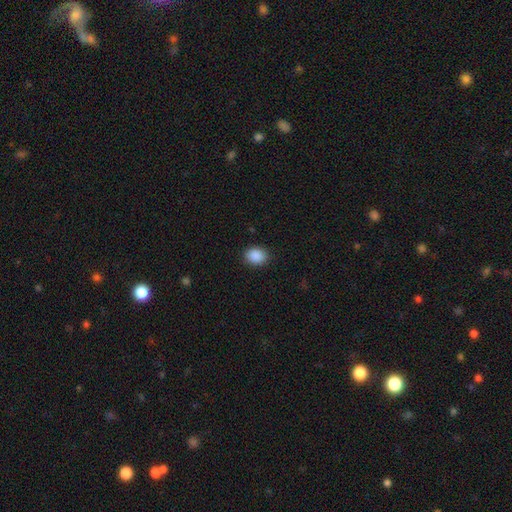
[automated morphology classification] This appears to be a smooth galaxy with no disk features (90%) that is in between round and cigar-shaped (52%). Merging: none (88%).